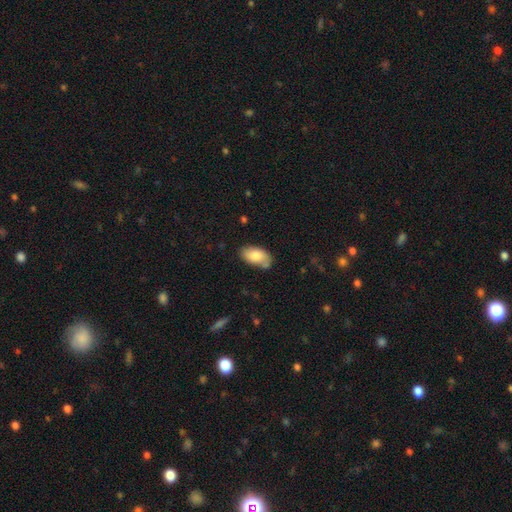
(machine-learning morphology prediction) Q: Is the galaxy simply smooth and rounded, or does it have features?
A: smooth — 81%.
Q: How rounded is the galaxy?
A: in between — 94%.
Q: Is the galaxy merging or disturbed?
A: none — 66%.